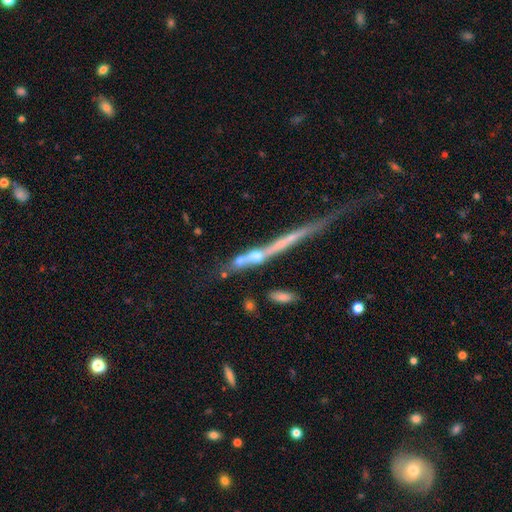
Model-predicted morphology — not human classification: This appears to be a featured or disk galaxy (63%) viewed edge-on (91%) with no central bulge (72%). Merging: none (53%).